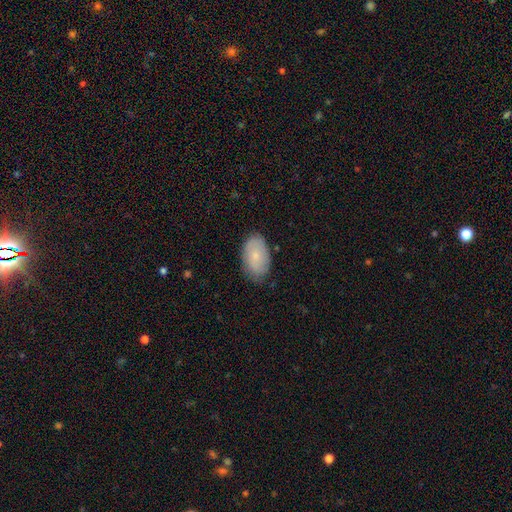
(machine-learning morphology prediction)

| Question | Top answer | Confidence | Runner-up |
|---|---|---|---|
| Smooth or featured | smooth | 69% | featured or disk (24%) |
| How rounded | in between | 92% | round (7%) |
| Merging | none | 77% | minor disturbance (18%) |